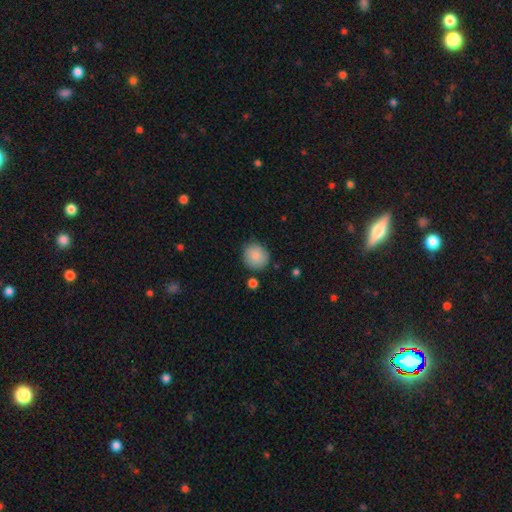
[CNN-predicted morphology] The model was most divided on "merging": none: 83%, minor disturbance: 12%, merger: 3%, major disturbance: 3%. More confident: how rounded — round (90%); smooth or featured — smooth (87%).